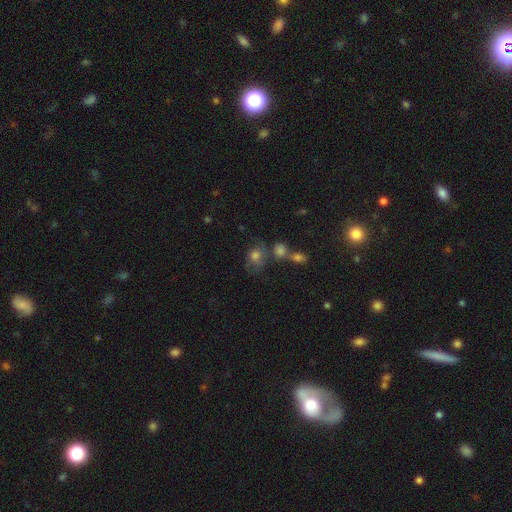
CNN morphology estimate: Smooth or featured? Predicted: smooth (p=0.63). How rounded? Predicted: round (p=0.57). Merging? Predicted: none (p=0.45).